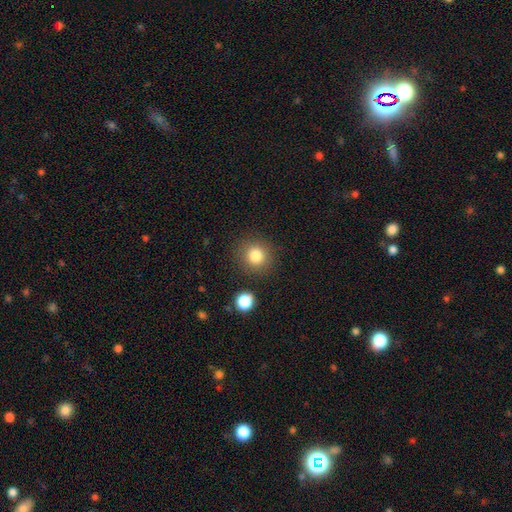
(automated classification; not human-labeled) A smooth galaxy with no disk features (82%) that is round (89%). Merging: none (85%).